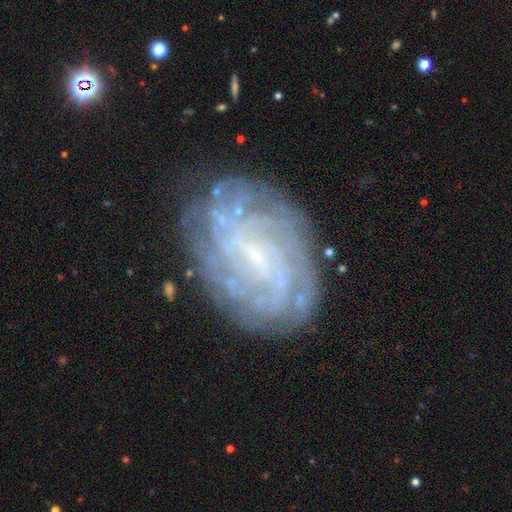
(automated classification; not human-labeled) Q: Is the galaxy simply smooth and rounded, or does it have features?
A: featured or disk — 83%.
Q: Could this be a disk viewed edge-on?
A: no — 97%.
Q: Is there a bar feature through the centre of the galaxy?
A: weak — 51%.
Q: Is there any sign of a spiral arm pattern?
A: yes — 93%.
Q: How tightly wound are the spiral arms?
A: tight — 75%.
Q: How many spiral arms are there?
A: can't tell — 42%.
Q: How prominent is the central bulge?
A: small — 72%.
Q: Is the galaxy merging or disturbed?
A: none — 79%.